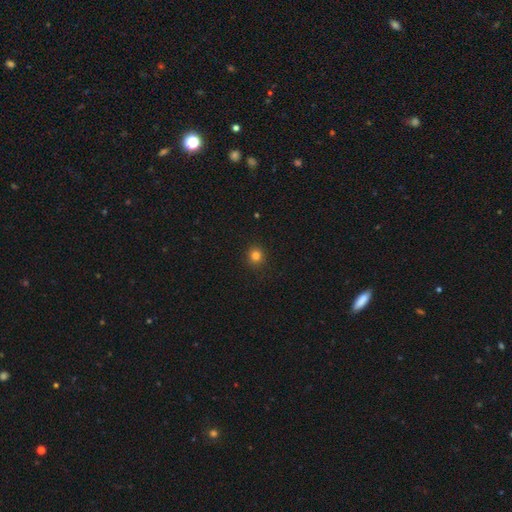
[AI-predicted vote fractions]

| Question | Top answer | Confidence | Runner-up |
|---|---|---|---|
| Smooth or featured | smooth | 82% | star or artifact (13%) |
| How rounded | round | 90% | in between (9%) |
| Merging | none | 90% | minor disturbance (7%) |